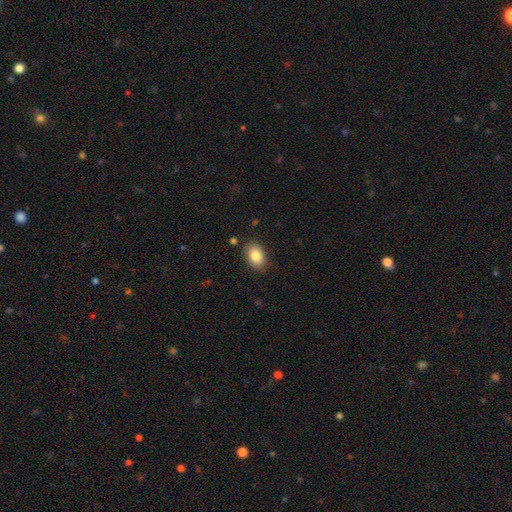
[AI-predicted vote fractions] Q: Smooth or featured?
A: smooth (85%); runner-up: star or artifact (8%)
Q: How rounded?
A: in between (84%); runner-up: round (15%)
Q: Merging?
A: none (85%); runner-up: minor disturbance (11%)